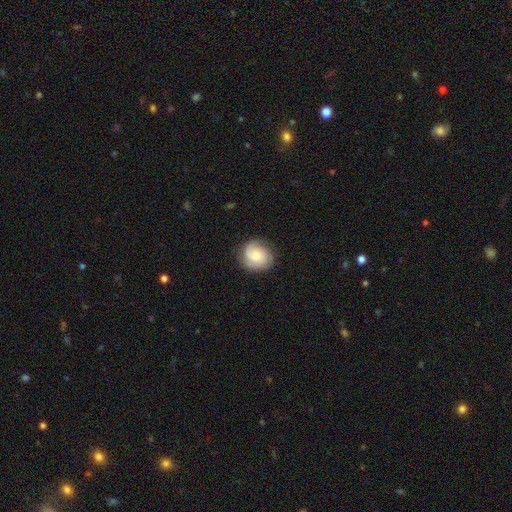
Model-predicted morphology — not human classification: Smooth or featured: featured or disk — 51% (smooth — 41%)
Edge-on disk: no — 98% (yes — 2%)
Merging: none — 77% (minor disturbance — 16%)